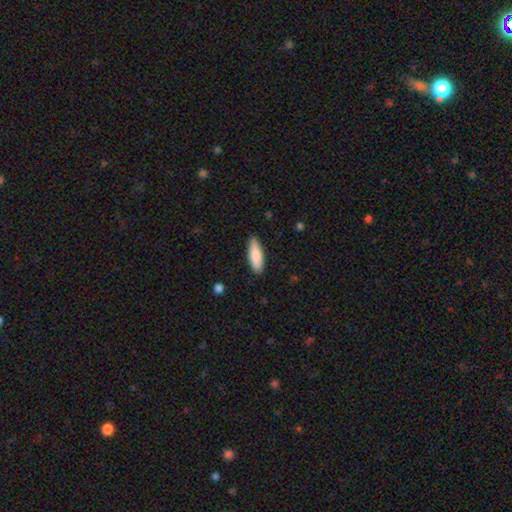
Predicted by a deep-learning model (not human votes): smooth_or_featured: smooth (p=0.85) [alt: featured or disk p=0.10]
how_rounded: in between (p=0.55) [alt: cigar-shaped p=0.43]
merging: none (p=0.87) [alt: minor disturbance p=0.10]